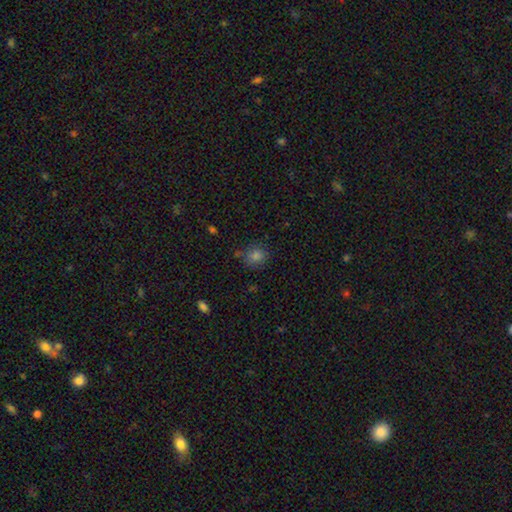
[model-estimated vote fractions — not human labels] Smooth or featured: smooth — 79% (star or artifact — 15%)
How rounded: round — 79% (in between — 20%)
Merging: none — 77% (minor disturbance — 14%)